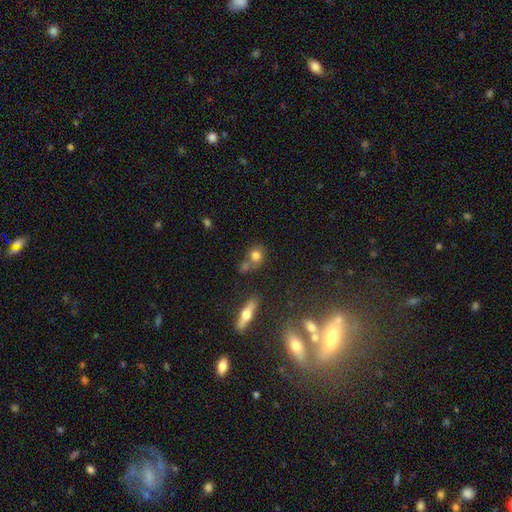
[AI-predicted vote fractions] Q: Smooth or featured?
A: smooth (75%); runner-up: star or artifact (13%)
Q: How rounded?
A: round (74%); runner-up: in between (23%)
Q: Merging?
A: none (52%); runner-up: merger (29%)